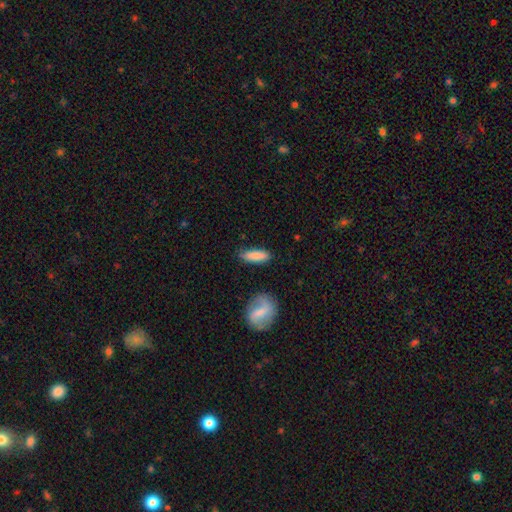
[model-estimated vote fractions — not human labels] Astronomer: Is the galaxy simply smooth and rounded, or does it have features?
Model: smooth — 84%.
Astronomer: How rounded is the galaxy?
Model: in between — 52% (runner-up: cigar-shaped, 45%).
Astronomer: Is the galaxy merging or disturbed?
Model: none — 80%.